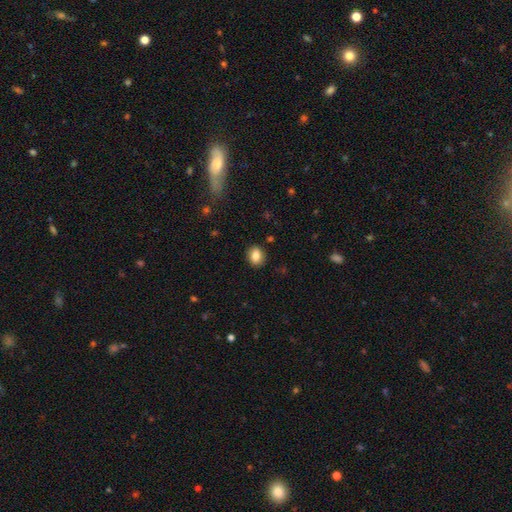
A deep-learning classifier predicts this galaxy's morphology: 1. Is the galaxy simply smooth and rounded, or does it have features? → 84% smooth, 9% star or artifact, 7% featured or disk.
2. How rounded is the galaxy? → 51% round, 48% in between, 1% cigar-shaped.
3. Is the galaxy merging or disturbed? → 89% none, 8% minor disturbance, 2% major disturbance, 1% merger.